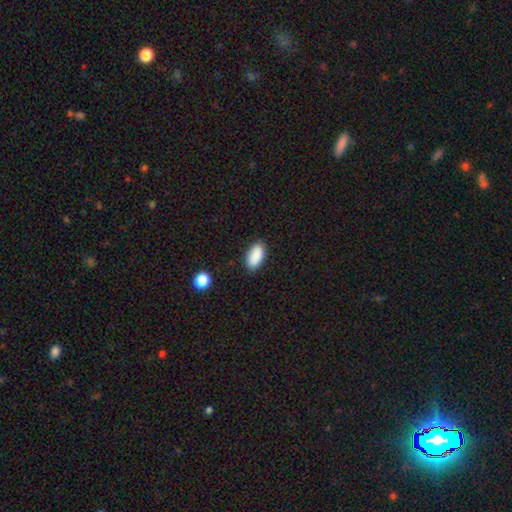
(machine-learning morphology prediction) Smooth or featured? Predicted: smooth (p=0.90). How rounded? Predicted: in between (p=0.92). Merging? Predicted: none (p=0.87).